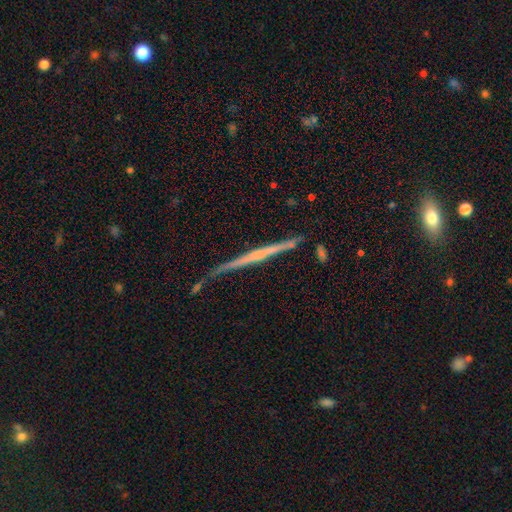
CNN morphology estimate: featured or disk 75%, smooth 18%, star or artifact 6%. Down the decision tree: edge-on disk — yes (97%); edge-on bulge — none (52%); merging — none (73%).